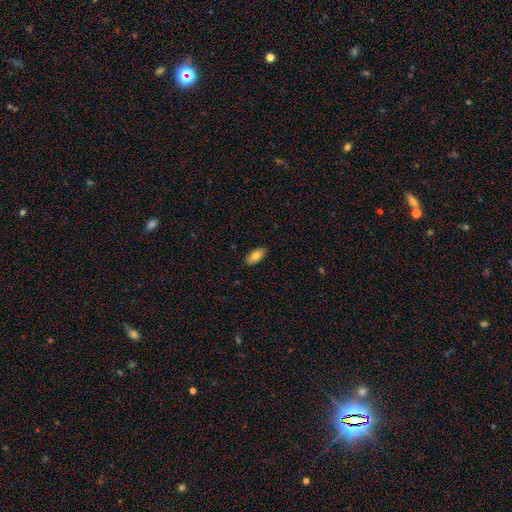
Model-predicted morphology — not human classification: smooth_or_featured: smooth (p=0.79) [alt: featured or disk p=0.15]
how_rounded: in between (p=0.92) [alt: cigar-shaped p=0.06]
merging: none (p=0.89) [alt: minor disturbance p=0.09]